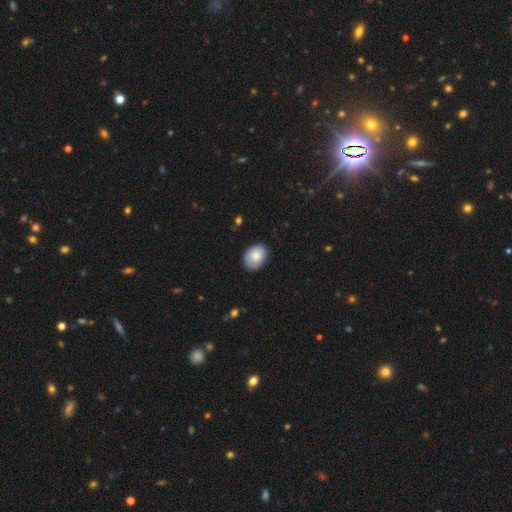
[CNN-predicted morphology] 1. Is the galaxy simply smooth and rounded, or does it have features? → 83% smooth, 11% featured or disk, 7% star or artifact.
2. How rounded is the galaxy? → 72% in between, 27% round, 1% cigar-shaped.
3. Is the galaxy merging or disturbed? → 81% none, 16% minor disturbance, 3% major disturbance, 1% merger.